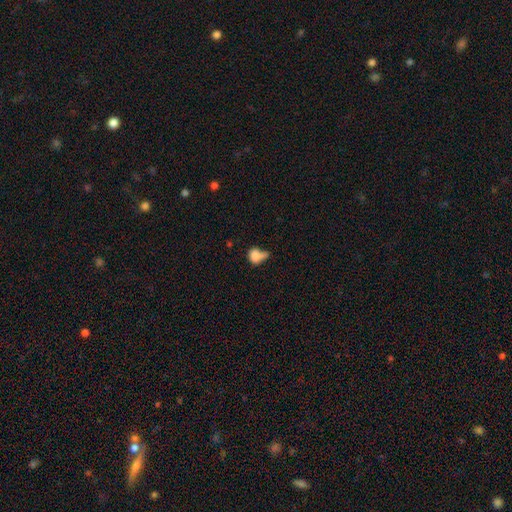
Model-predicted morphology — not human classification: The model was most divided on "merging" (2-way tie): none: 27%, merger: 27%, minor disturbance: 24%, major disturbance: 23%. More confident: smooth or featured — smooth (74%); how rounded — in between (52%).